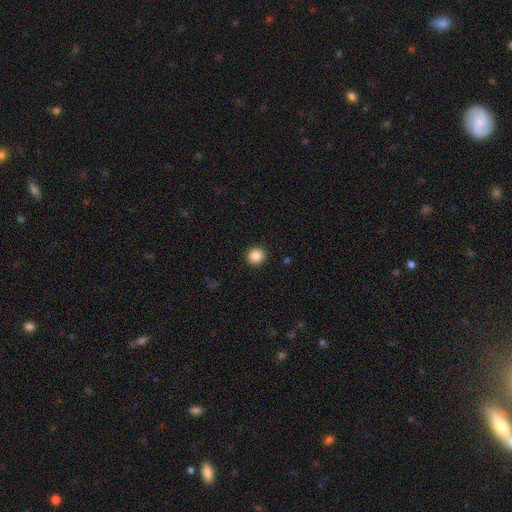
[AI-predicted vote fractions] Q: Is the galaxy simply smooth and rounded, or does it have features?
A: smooth — 87%.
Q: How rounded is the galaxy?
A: round — 91%.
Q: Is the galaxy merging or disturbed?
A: none — 92%.